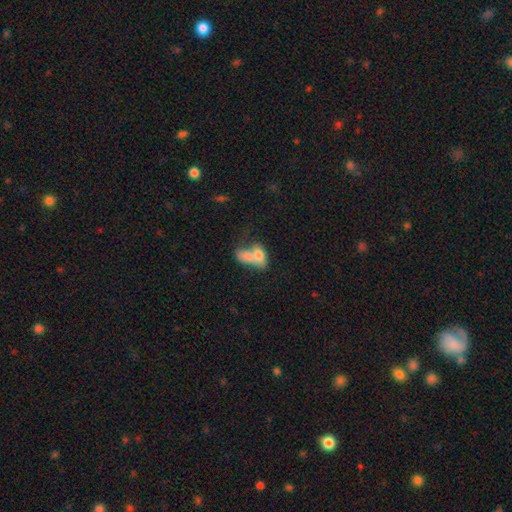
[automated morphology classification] Smooth or featured? Predicted: smooth (p=0.72). How rounded? Predicted: in between (p=0.85). Merging? Predicted: merger (p=0.67).